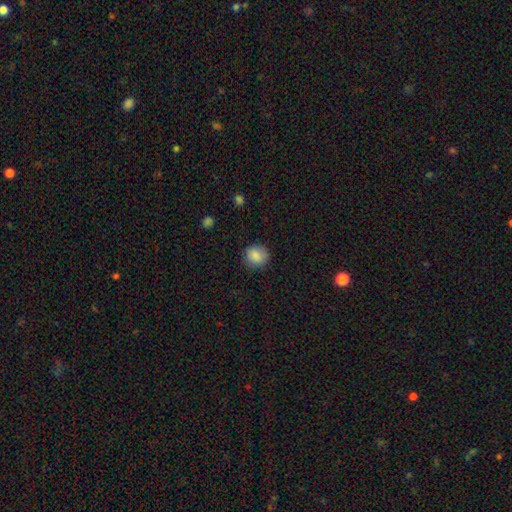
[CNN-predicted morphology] smooth-or-featured: smooth: 85% | star or artifact: 9% | featured or disk: 6%
  how-rounded: round: 85% | in between: 14% | cigar-shaped: 1%
  merging: none: 84% | minor disturbance: 12% | major disturbance: 3% | merger: 1%